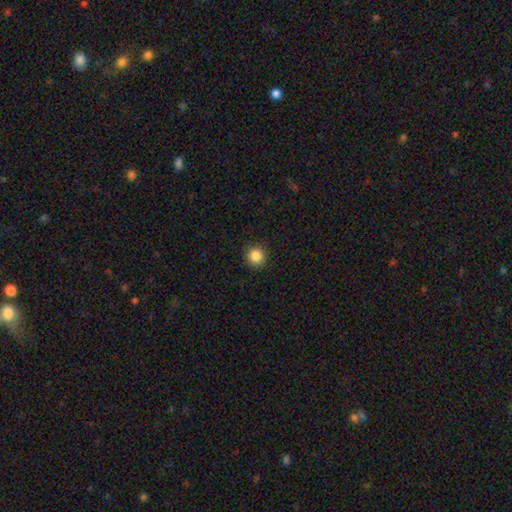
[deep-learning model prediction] smooth 86%, star or artifact 11%, featured or disk 4%. Down the decision tree: how rounded — round (95%); merging — none (93%).